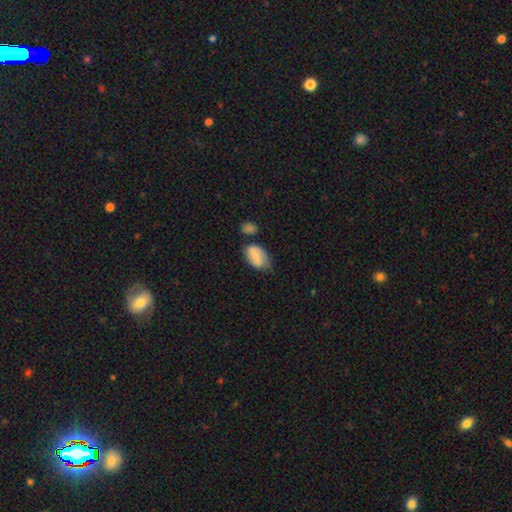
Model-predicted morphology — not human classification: This is likely a smooth galaxy (67%). How rounded: clearly in between (91%). Merging: possibly none (55%).